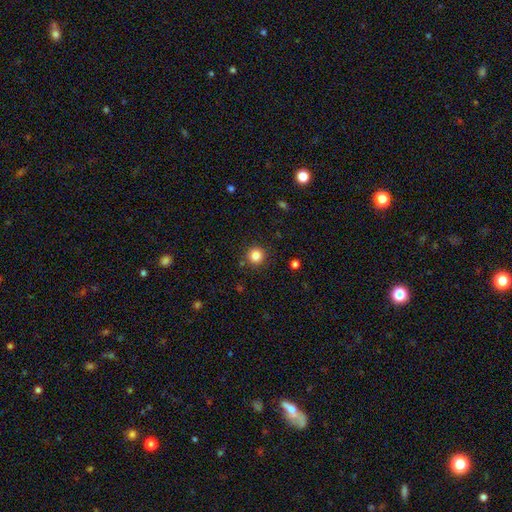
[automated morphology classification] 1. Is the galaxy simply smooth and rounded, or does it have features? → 84% smooth, 11% star or artifact, 4% featured or disk.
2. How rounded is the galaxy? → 95% round, 4% in between, 1% cigar-shaped.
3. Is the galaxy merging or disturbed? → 89% none, 6% minor disturbance, 2% major disturbance, 2% merger.